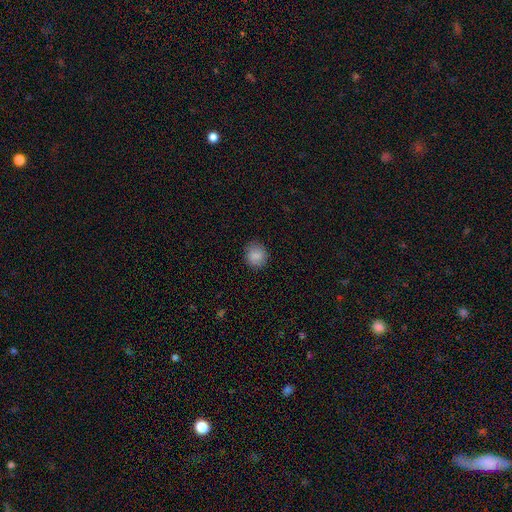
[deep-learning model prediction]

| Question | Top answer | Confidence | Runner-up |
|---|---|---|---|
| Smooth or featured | smooth | 87% | star or artifact (9%) |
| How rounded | round | 81% | in between (18%) |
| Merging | none | 86% | minor disturbance (11%) |